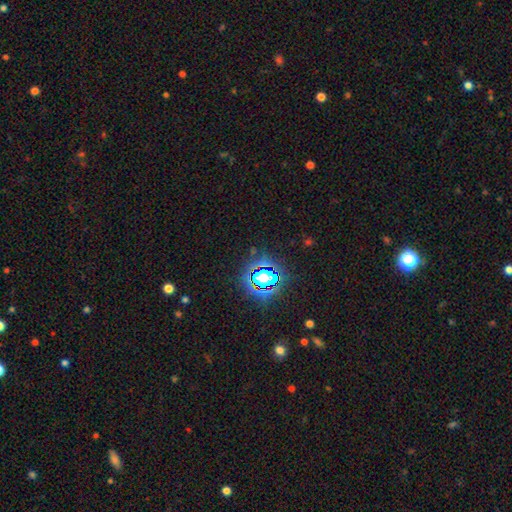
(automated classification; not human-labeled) Q: Smooth or featured?
A: star or artifact (83%); runner-up: smooth (10%)